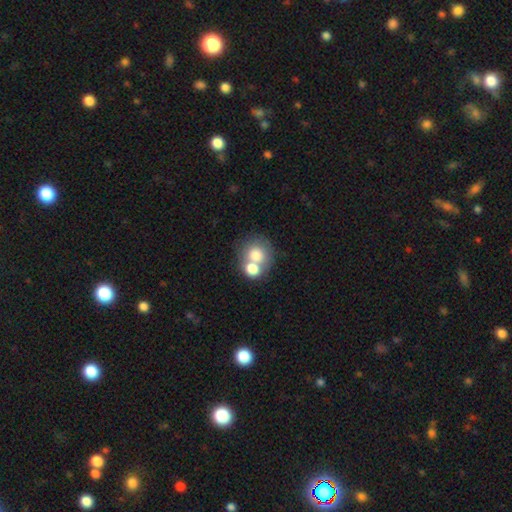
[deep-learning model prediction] The model was most divided on "merging": merger: 55%, none: 33%, minor disturbance: 7%, major disturbance: 4%. More confident: how rounded — round (76%); smooth or featured — smooth (73%).